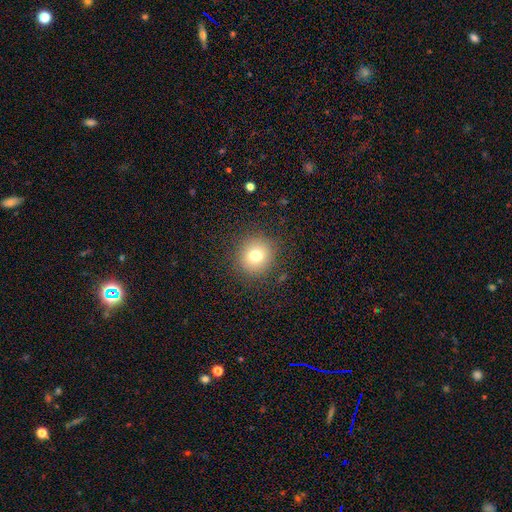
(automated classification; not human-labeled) This is likely a smooth galaxy (75%). How rounded: clearly round (91%). Merging: clearly none (88%).